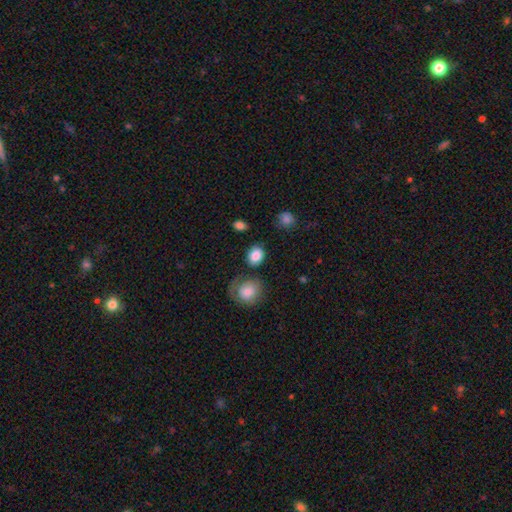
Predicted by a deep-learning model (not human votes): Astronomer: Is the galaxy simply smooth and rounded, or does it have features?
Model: smooth — 86%.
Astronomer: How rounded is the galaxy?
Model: in between — 54% (runner-up: round, 45%).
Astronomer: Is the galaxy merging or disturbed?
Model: none — 77%.